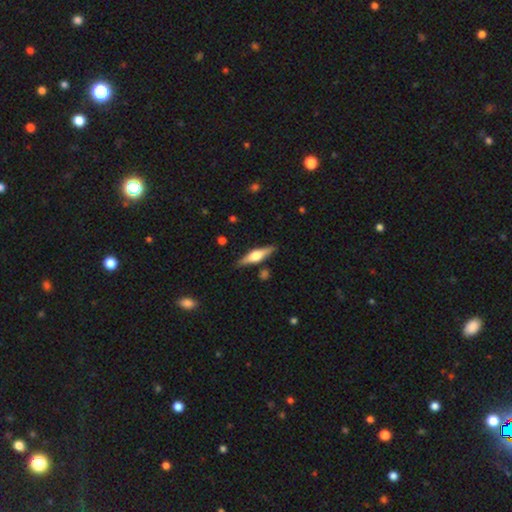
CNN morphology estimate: The model was most divided on "smooth or featured": featured or disk: 63%, smooth: 31%, star or artifact: 6%. More confident: edge-on disk — yes (96%); edge-on bulge — rounded (90%); merging — none (86%).